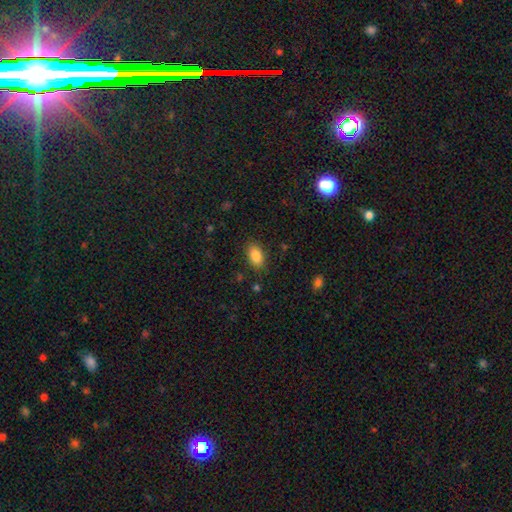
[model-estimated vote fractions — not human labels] The model was most divided on "merging": none: 86%, minor disturbance: 10%, major disturbance: 3%, merger: 1%. More confident: how rounded — in between (91%); smooth or featured — smooth (87%).